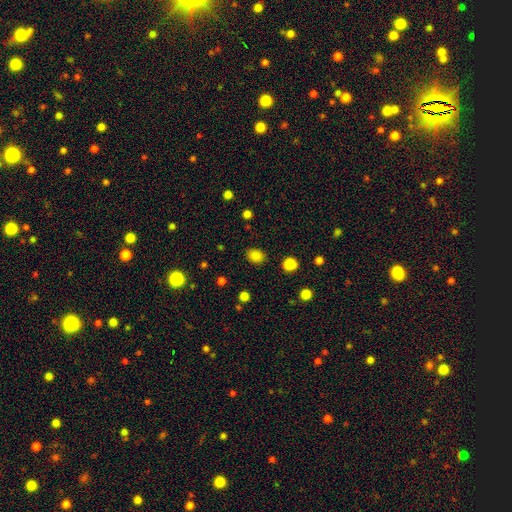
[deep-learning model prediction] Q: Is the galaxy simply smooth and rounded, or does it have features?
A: smooth — 83%.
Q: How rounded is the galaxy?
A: in between — 56%.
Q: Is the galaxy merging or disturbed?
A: none — 86%.